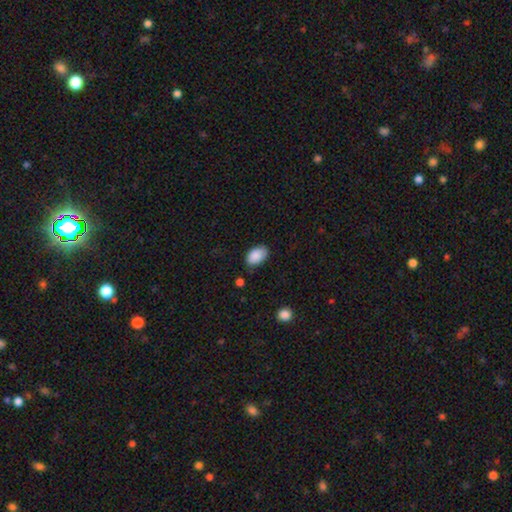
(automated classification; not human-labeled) A smooth galaxy with no disk features (89%) that is in between round and cigar-shaped (91%). Merging: none (75%).